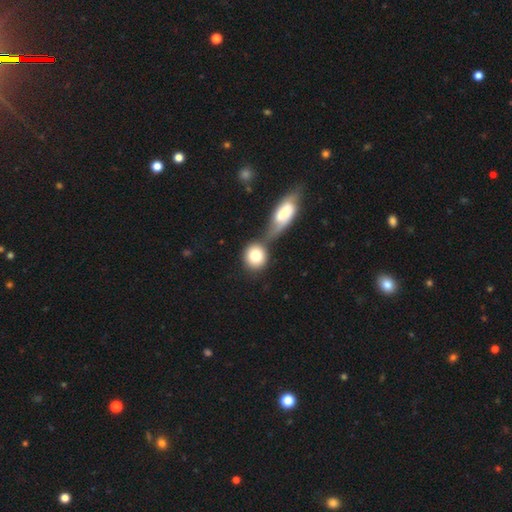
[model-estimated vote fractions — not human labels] A smooth galaxy with no disk features (79%) that is round (83%).

Vote fractions:
- Smooth or featured? smooth: 79% / featured or disk: 13% / star or artifact: 7%
- How rounded? round: 83% / in between: 16% / cigar-shaped: 2%
- Merging? none: 48% / merger: 39% / minor disturbance: 9% / major disturbance: 5%